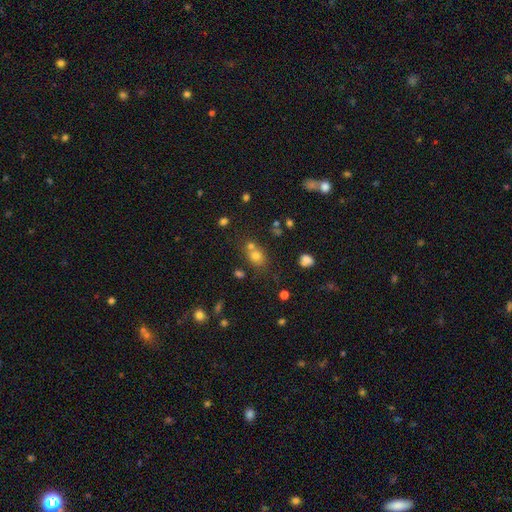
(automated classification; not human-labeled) Morphology: type=smooth (71%); roundness=round (60%); merging=none (53%).